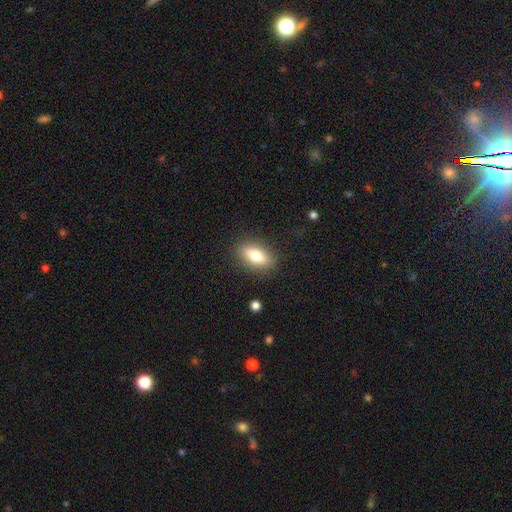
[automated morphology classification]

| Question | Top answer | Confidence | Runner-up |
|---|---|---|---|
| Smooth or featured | smooth | 70% | featured or disk (22%) |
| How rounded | in between | 78% | cigar-shaped (16%) |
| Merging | none | 87% | minor disturbance (9%) |